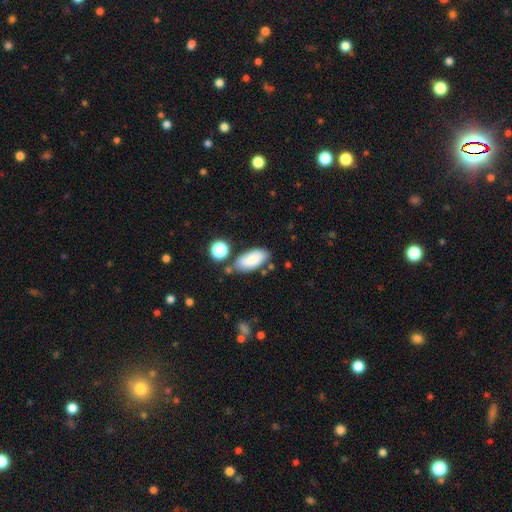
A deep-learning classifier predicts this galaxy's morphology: smooth-or-featured: smooth: 84% | featured or disk: 8% | star or artifact: 8%
  how-rounded: in between: 91% | cigar-shaped: 6% | round: 3%
  merging: none: 68% | minor disturbance: 17% | merger: 10% | major disturbance: 5%